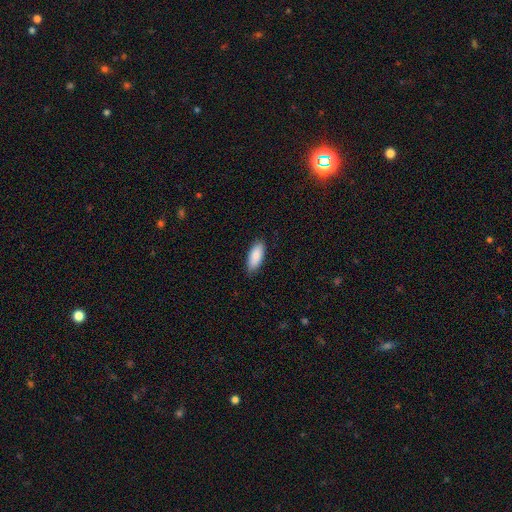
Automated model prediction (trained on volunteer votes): A smooth galaxy with no disk features (89%) that is in between round and cigar-shaped (83%). Merging: none (85%).